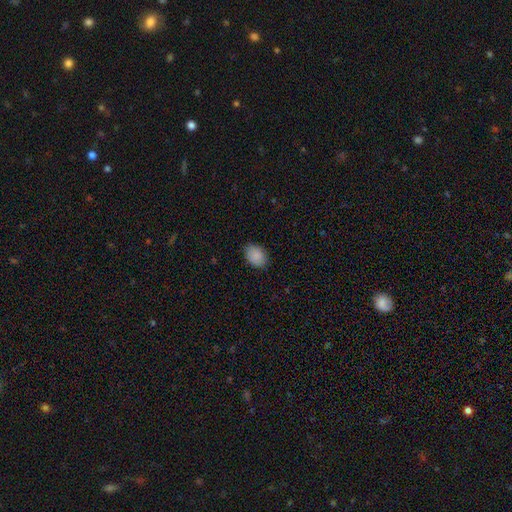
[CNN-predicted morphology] A smooth galaxy with no disk features (89%) that is in between round and cigar-shaped (79%).

Vote fractions:
- Smooth or featured? smooth: 89% / star or artifact: 7% / featured or disk: 4%
- How rounded? in between: 79% / round: 20% / cigar-shaped: 1%
- Merging? none: 84% / minor disturbance: 13% / major disturbance: 2% / merger: 1%